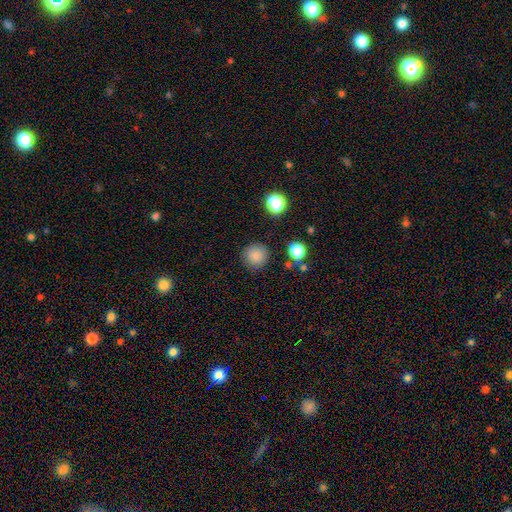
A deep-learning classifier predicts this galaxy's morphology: Smooth or featured? Predicted: smooth (p=0.84). How rounded? Predicted: round (p=0.95). Merging? Predicted: none (p=0.88).